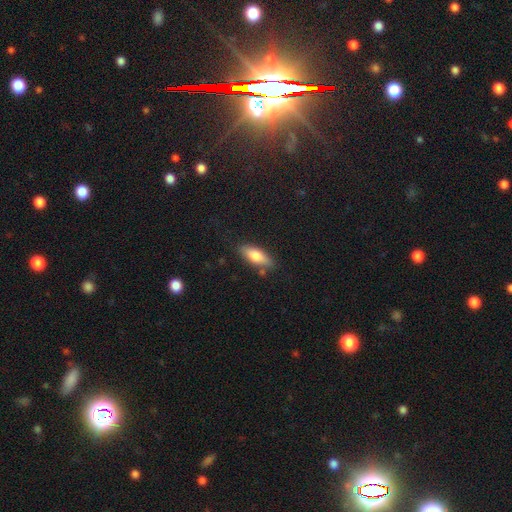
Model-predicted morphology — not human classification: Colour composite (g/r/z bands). It shows a smooth galaxy with no disk features (75%) that is in between round and cigar-shaped (68%). Merging: none (79%).